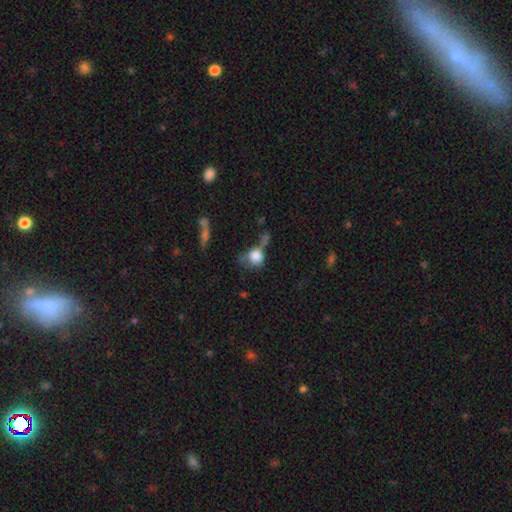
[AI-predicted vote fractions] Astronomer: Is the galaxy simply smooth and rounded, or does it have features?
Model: smooth — 73%.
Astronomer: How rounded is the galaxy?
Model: round — 68%.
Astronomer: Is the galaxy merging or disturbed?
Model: none — 31% (runner-up: merger, 28%).